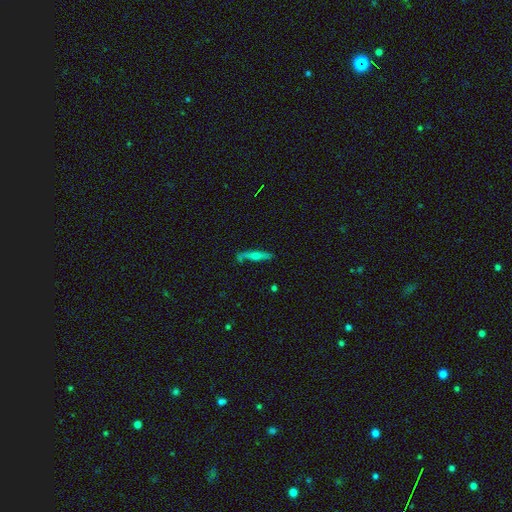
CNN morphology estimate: Q: Smooth or featured?
A: featured or disk (59%); runner-up: smooth (33%)
Q: Edge-on disk?
A: yes (90%); runner-up: no (10%)
Q: Edge-on bulge?
A: rounded (79%); runner-up: none (13%)
Q: Merging?
A: none (73%); runner-up: minor disturbance (18%)